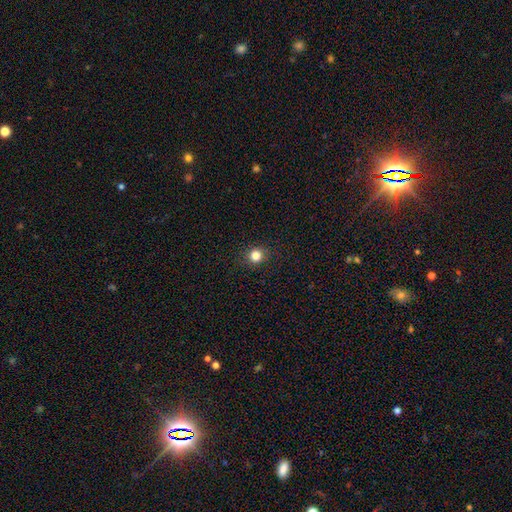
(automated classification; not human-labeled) Smooth or featured? Predicted: smooth (p=0.81). How rounded? Predicted: round (p=0.90). Merging? Predicted: none (p=0.90).